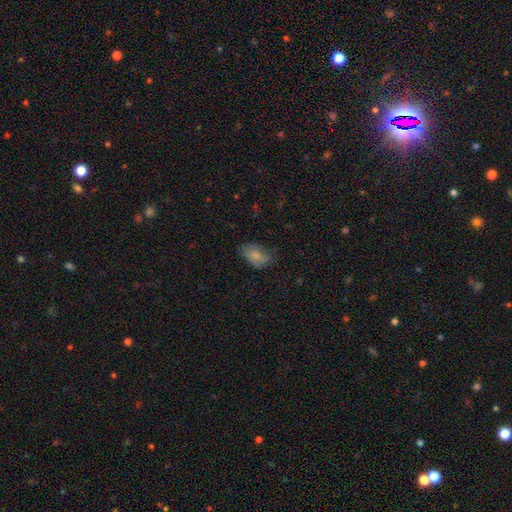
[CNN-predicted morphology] This is likely a smooth galaxy (79%). How rounded: clearly in between (92%). Merging: likely none (62%).